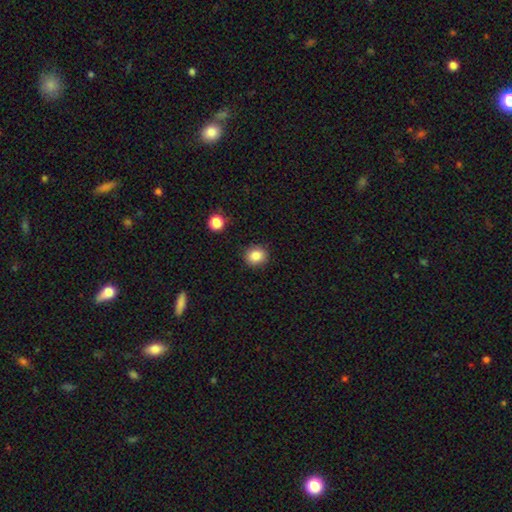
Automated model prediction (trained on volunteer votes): Q: Smooth or featured?
A: smooth (85%); runner-up: star or artifact (10%)
Q: How rounded?
A: round (81%); runner-up: in between (18%)
Q: Merging?
A: none (89%); runner-up: minor disturbance (7%)